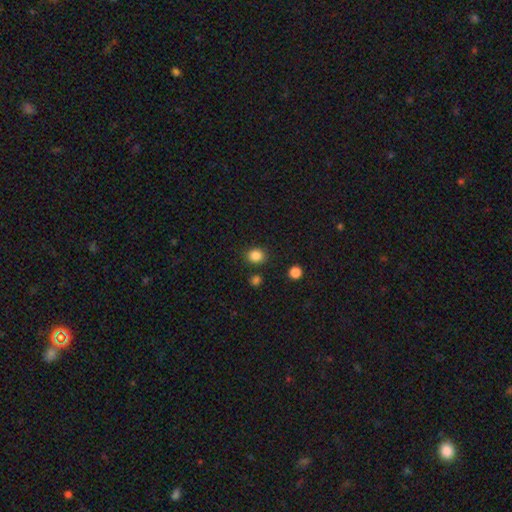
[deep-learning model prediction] Smooth or featured?
  - smooth: 85% *
  - star or artifact: 11%
  - featured or disk: 4%
How rounded?
  - round: 74% *
  - in between: 25%
  - cigar-shaped: 1%
Merging?
  - none: 85% *
  - minor disturbance: 9%
  - merger: 4%
  - major disturbance: 3%